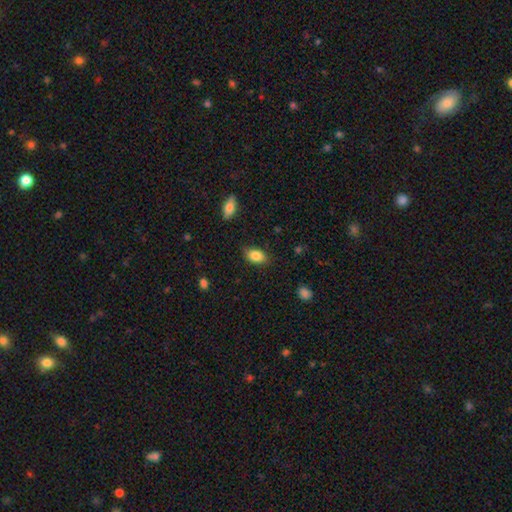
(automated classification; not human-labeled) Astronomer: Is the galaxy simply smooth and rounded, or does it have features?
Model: smooth — 85%.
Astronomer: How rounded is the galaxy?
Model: in between — 89%.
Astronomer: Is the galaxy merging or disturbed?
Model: none — 81%.